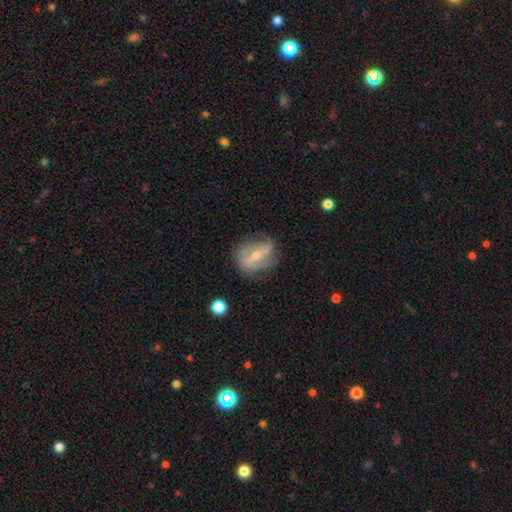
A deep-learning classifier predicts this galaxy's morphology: The model was most divided on "bulge size": small: 48%, moderate: 47%, none: 2%, large: 2%, dominant: 1%. Remaining: edge-on disk — no (94%); spiral arms — yes (82%); smooth or featured — featured or disk (74%); merging — none (62%); spiral arm count — 2 (55%); bar — strong (48%); spiral winding — medium (39%).